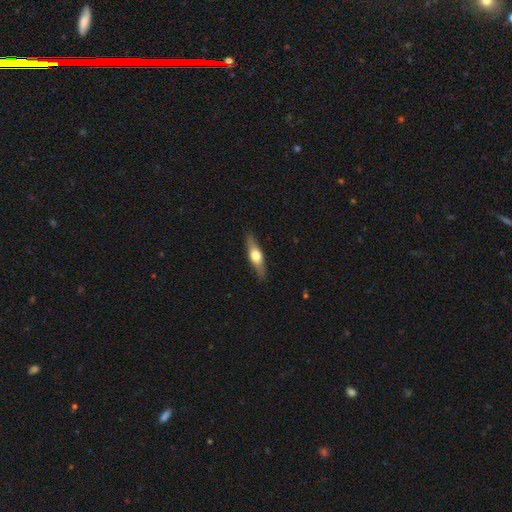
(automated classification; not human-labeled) smooth_or_featured: featured or disk (p=0.49) [alt: smooth p=0.46]
merging: none (p=0.87) [alt: minor disturbance p=0.10]